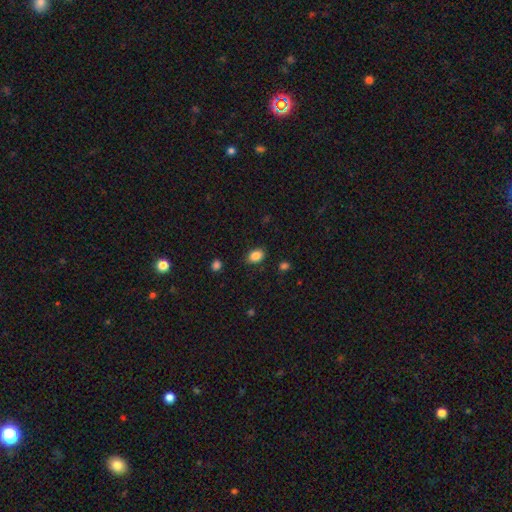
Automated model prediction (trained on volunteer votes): A smooth galaxy with no disk features (86%) that is in between round and cigar-shaped (80%).

Vote fractions:
- Smooth or featured? smooth: 86% / star or artifact: 9% / featured or disk: 5%
- How rounded? in between: 80% / round: 19% / cigar-shaped: 1%
- Merging? none: 84% / minor disturbance: 12% / major disturbance: 3% / merger: 1%